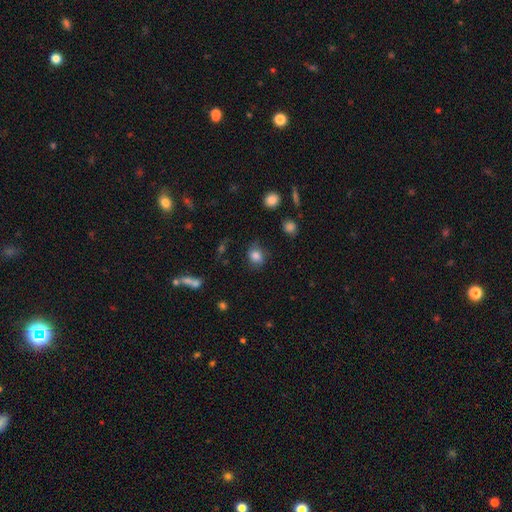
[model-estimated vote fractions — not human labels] smooth 83%, star or artifact 11%, featured or disk 6%. Down the decision tree: how rounded — round (64%); merging — none (72%).